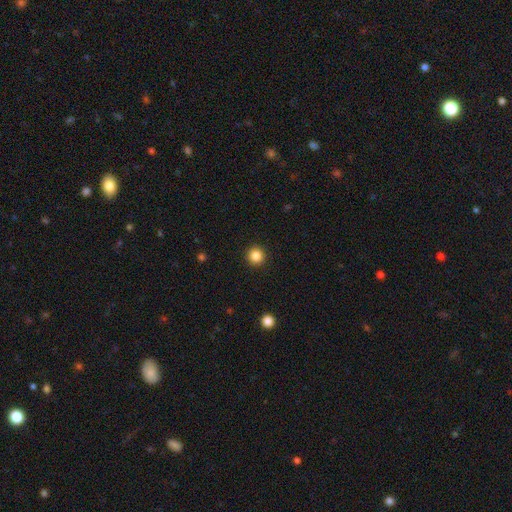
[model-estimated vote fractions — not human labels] Smooth or featured? Predicted: smooth (p=0.85). How rounded? Predicted: round (p=0.96). Merging? Predicted: none (p=0.93).